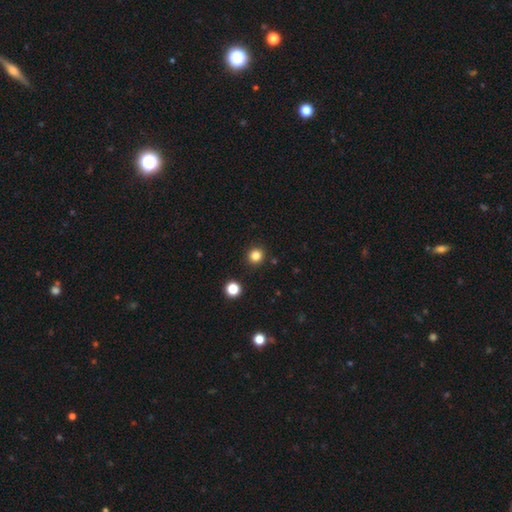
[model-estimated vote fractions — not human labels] Smooth or featured? Predicted: smooth (p=0.82). How rounded? Predicted: round (p=0.92). Merging? Predicted: none (p=0.91).